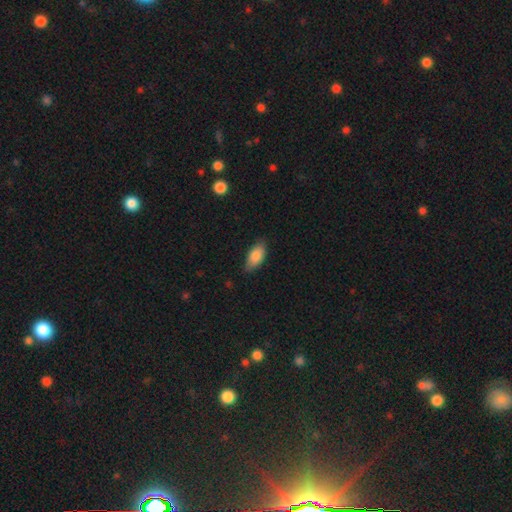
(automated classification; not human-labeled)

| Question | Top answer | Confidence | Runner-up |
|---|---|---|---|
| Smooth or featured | smooth | 83% | featured or disk (11%) |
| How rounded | in between | 90% | cigar-shaped (8%) |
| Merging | none | 79% | minor disturbance (17%) |